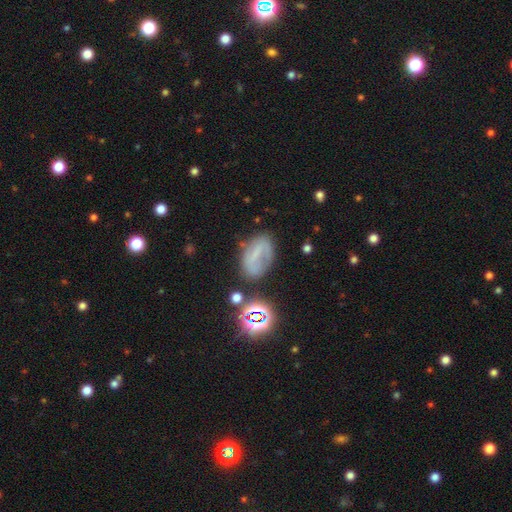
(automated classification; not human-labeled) Smooth or featured: smooth — 42% (featured or disk — 38%)
Merging: none — 60% (minor disturbance — 24%)